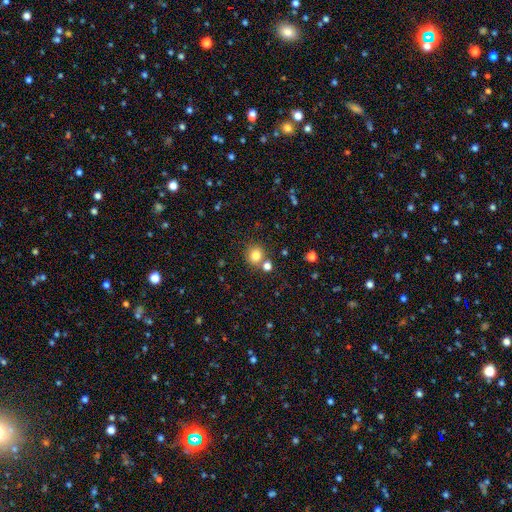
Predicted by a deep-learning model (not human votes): Smooth or featured? Predicted: smooth (p=0.80). How rounded? Predicted: round (p=0.86). Merging? Predicted: none (p=0.71).